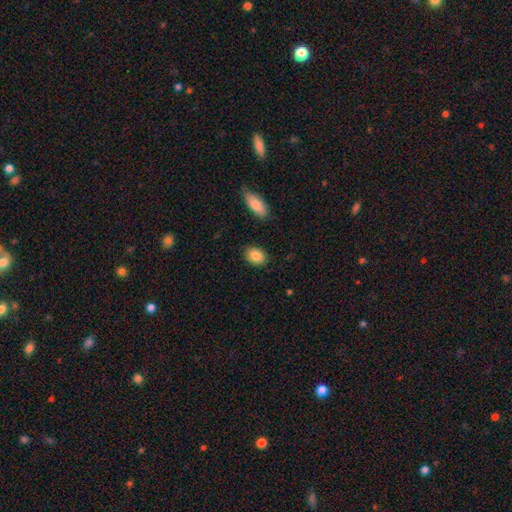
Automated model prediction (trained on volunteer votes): A smooth galaxy with no disk features (86%) that is in between round and cigar-shaped (76%).

Vote fractions:
- Smooth or featured? smooth: 86% / star or artifact: 7% / featured or disk: 7%
- How rounded? in between: 76% / round: 23% / cigar-shaped: 2%
- Merging? none: 87% / minor disturbance: 9% / major disturbance: 2% / merger: 2%